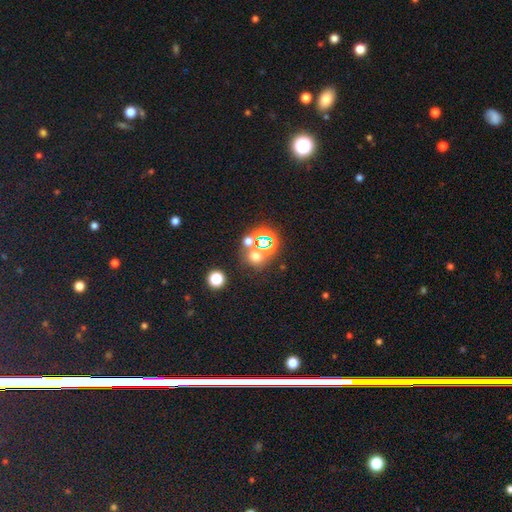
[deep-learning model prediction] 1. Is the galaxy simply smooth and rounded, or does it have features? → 49% smooth, 41% star or artifact, 10% featured or disk.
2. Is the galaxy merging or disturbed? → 64% none, 24% merger, 8% minor disturbance, 5% major disturbance.